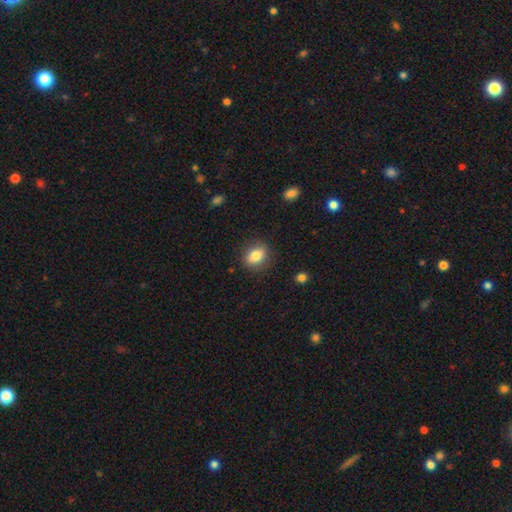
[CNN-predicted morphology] A smooth galaxy with no disk features (82%) that is in between round and cigar-shaped (61%). Merging: none (85%).